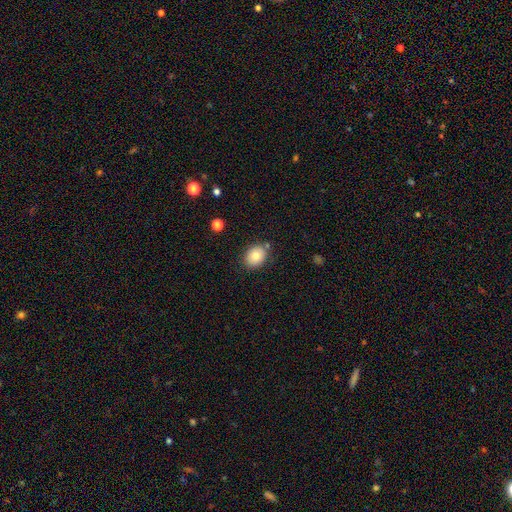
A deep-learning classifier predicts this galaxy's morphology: type=smooth (81%); roundness=in between (56%); merging=none (80%).